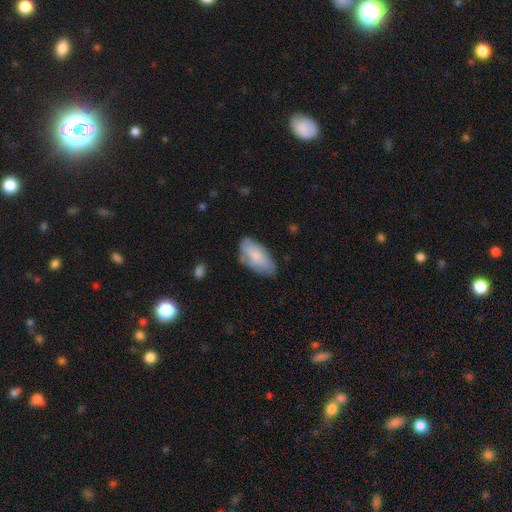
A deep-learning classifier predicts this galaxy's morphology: A smooth galaxy with no disk features (76%) that is in between round and cigar-shaped (92%).

Vote fractions:
- Smooth or featured? smooth: 76% / featured or disk: 18% / star or artifact: 6%
- How rounded? in between: 92% / cigar-shaped: 6% / round: 2%
- Merging? none: 68% / minor disturbance: 25% / major disturbance: 5% / merger: 2%